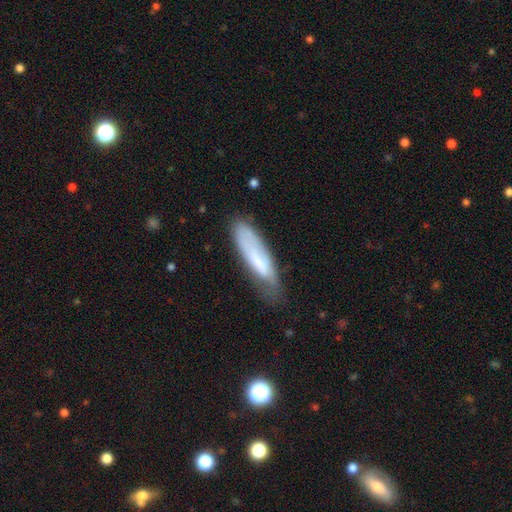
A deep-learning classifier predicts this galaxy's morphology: Q: Smooth or featured?
A: smooth (61%); runner-up: featured or disk (31%)
Q: How rounded?
A: cigar-shaped (65%); runner-up: in between (34%)
Q: Merging?
A: none (52%); runner-up: minor disturbance (33%)